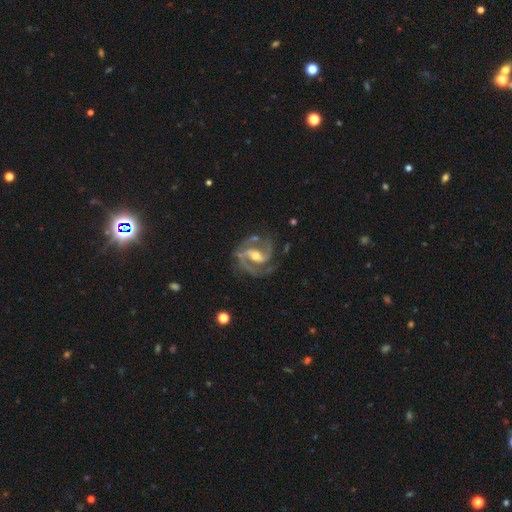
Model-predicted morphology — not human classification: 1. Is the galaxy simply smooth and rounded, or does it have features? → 92% featured or disk, 4% star or artifact, 4% smooth.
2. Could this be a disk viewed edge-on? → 98% no, 2% yes.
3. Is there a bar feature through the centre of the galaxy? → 43% strong, 40% weak, 17% no.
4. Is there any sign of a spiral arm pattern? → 98% yes, 2% no.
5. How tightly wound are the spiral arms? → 61% medium, 27% tight, 12% loose.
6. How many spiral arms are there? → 86% 2, 7% 3, 3% can't tell, 2% 1, 1% 4, 1% more than 4.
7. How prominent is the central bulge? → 62% moderate, 32% small, 4% large, 1% none, 1% dominant.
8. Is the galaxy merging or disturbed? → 71% none, 18% minor disturbance, 8% major disturbance, 3% merger.